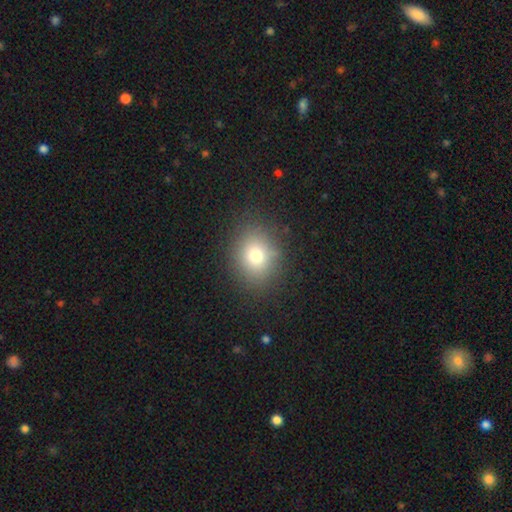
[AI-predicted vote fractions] This appears to be a smooth galaxy with no disk features (78%) that is round (53%). Merging: none (85%).